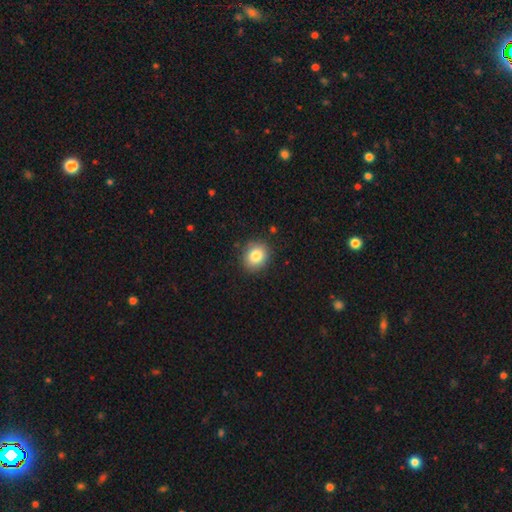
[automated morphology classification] A smooth galaxy with no disk features (83%) that is round (66%).

Vote fractions:
- Smooth or featured? smooth: 83% / star or artifact: 10% / featured or disk: 7%
- How rounded? round: 66% / in between: 33% / cigar-shaped: 1%
- Merging? none: 87% / minor disturbance: 9% / major disturbance: 2% / merger: 1%